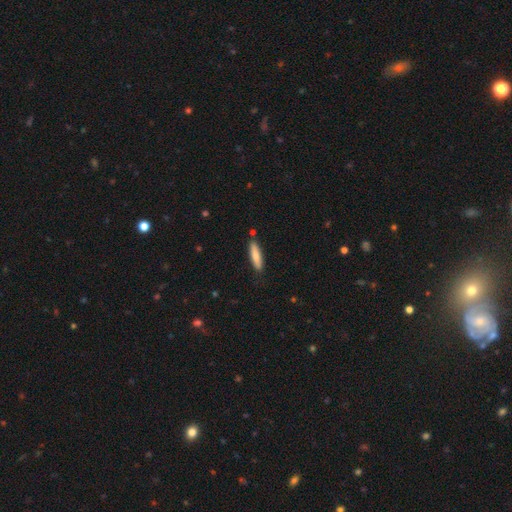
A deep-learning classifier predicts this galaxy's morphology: This appears to be a smooth galaxy with no disk features (76%) that is cigar-shaped (78%). Merging: none (84%).